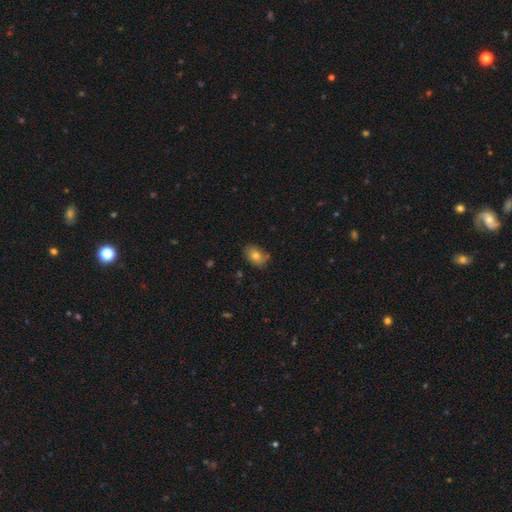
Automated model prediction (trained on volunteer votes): Q: Smooth or featured?
A: smooth (75%); runner-up: featured or disk (15%)
Q: How rounded?
A: in between (79%); runner-up: round (20%)
Q: Merging?
A: none (72%); runner-up: minor disturbance (21%)